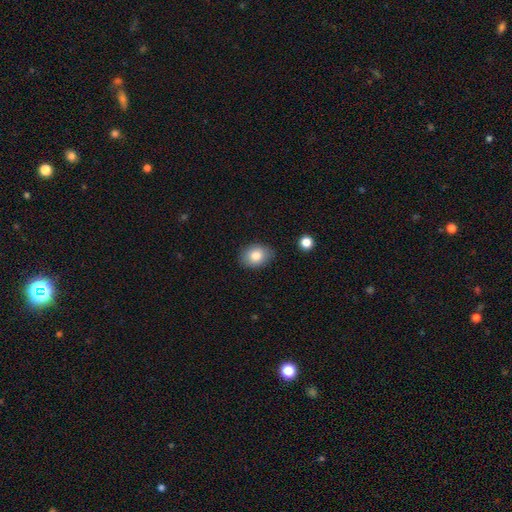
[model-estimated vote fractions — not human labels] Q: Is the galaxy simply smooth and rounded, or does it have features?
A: smooth — 82%.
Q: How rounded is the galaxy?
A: in between — 69%.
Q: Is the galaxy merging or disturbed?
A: none — 84%.